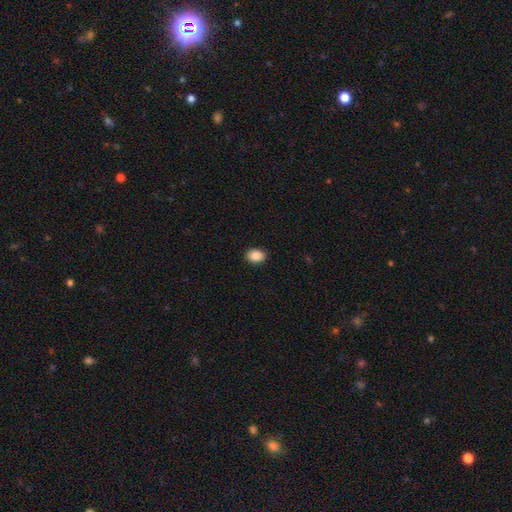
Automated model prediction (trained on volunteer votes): This appears to be a smooth galaxy with no disk features (89%) that is in between round and cigar-shaped (76%). Merging: none (89%).